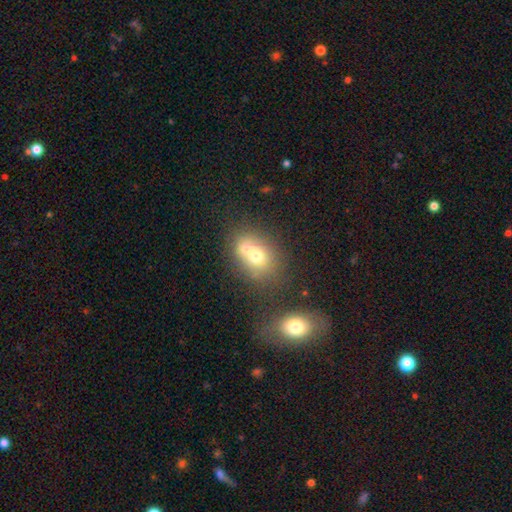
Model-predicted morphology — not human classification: A smooth galaxy with no disk features (65%) that is round (56%). Merging: merger (57%).